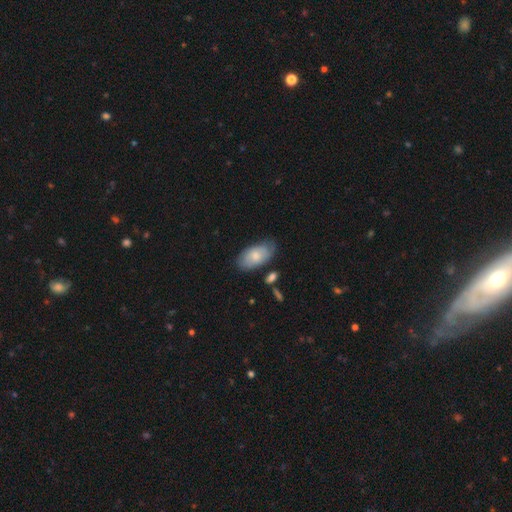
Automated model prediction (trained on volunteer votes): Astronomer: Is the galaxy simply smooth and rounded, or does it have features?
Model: smooth — 65%.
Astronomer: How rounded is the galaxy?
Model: in between — 94%.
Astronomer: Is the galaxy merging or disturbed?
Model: none — 63%.